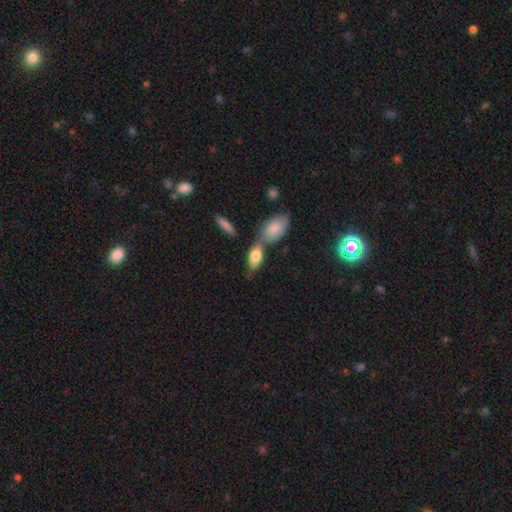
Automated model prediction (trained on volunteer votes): This is likely a smooth galaxy (71%). How rounded: clearly in between (82%). Merging: marginally none (40%).